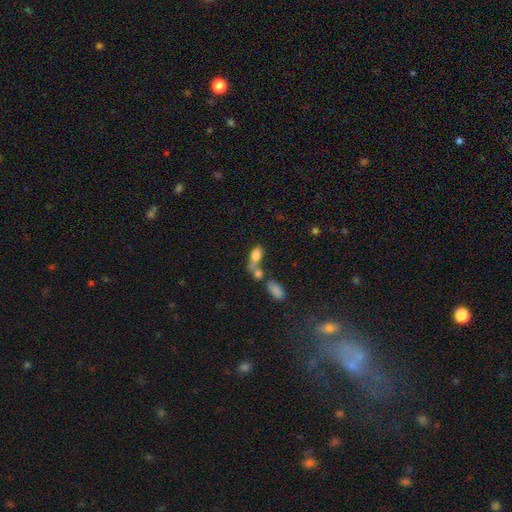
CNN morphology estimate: Smooth or featured? smooth (72%)
How rounded? in between (74%)
Merging? merger (52%)